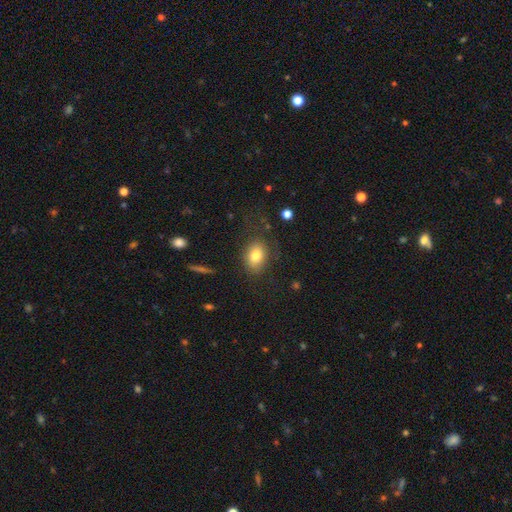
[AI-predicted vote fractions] smooth-or-featured: smooth: 78% | featured or disk: 13% | star or artifact: 9%
  how-rounded: in between: 74% | round: 25% | cigar-shaped: 1%
  merging: none: 72% | minor disturbance: 16% | major disturbance: 10% | merger: 2%